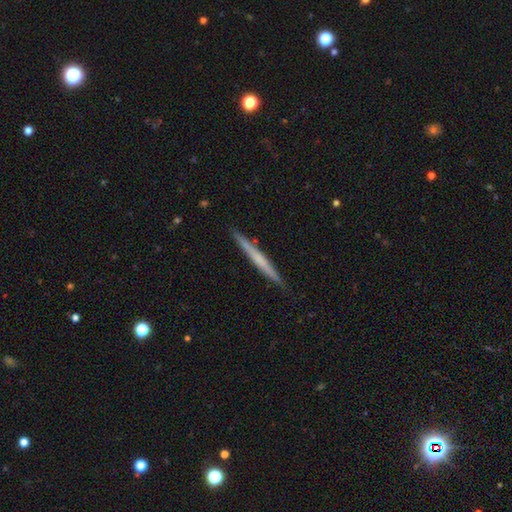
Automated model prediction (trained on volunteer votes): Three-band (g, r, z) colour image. It shows a featured or disk galaxy (51%) viewed edge-on (97%). Merging: none (91%).